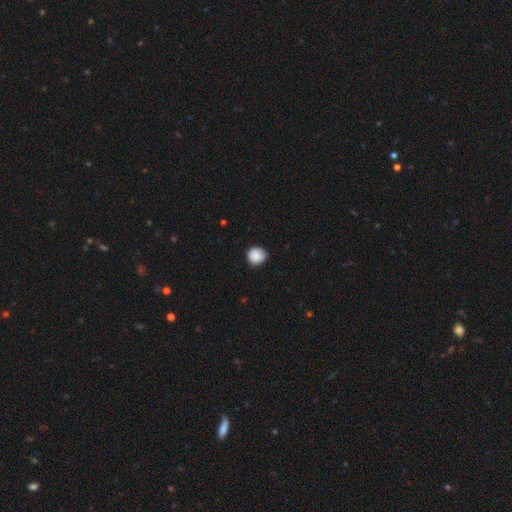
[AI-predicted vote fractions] Smooth or featured? smooth (88%)
How rounded? round (87%)
Merging? none (81%)